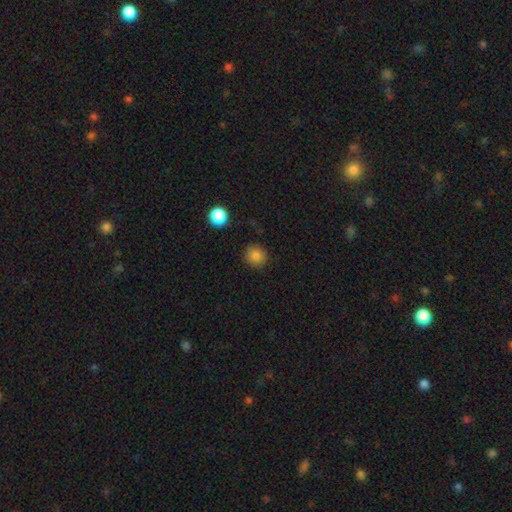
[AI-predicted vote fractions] This appears to be a smooth galaxy with no disk features (84%) that is round (91%). Merging: none (89%).